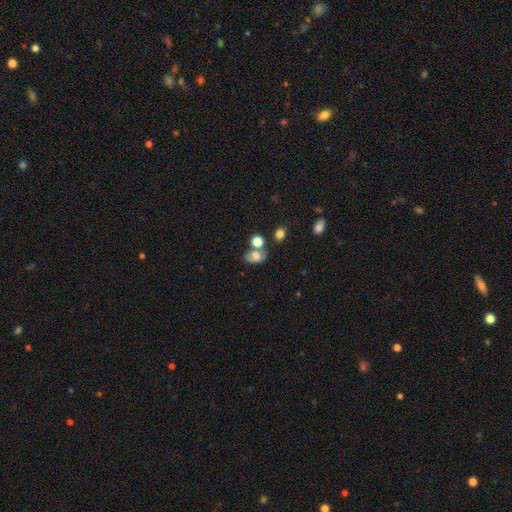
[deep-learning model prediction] This appears to be a smooth galaxy with no disk features (65%) that is in between round and cigar-shaped (72%). Merging: none (43%).